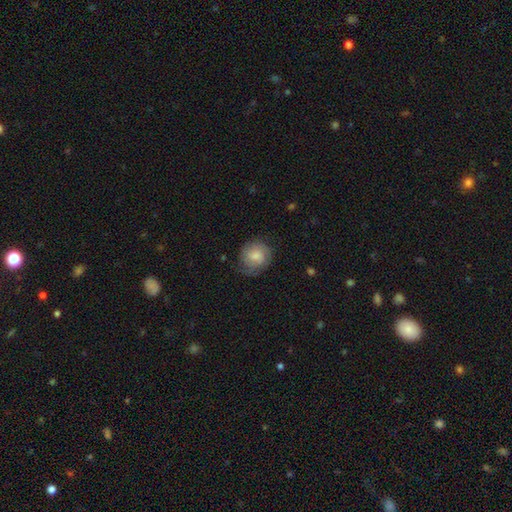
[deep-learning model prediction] Q: Smooth or featured?
A: smooth (61%); runner-up: featured or disk (32%)
Q: How rounded?
A: round (80%); runner-up: in between (19%)
Q: Merging?
A: none (67%); runner-up: minor disturbance (23%)